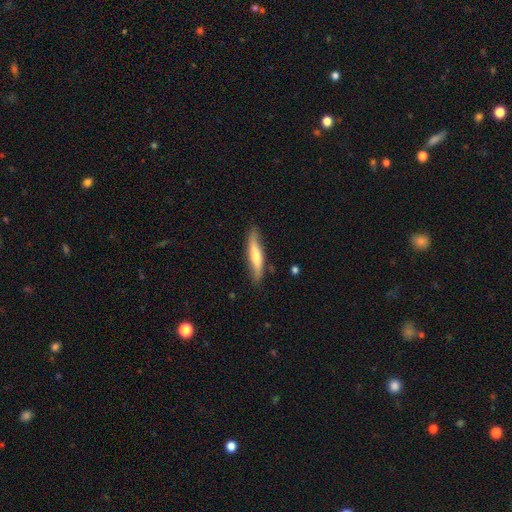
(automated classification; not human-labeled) The model was most divided on "smooth or featured": smooth: 59%, featured or disk: 36%, star or artifact: 6%. More confident: how rounded — cigar-shaped (85%); merging — none (78%).